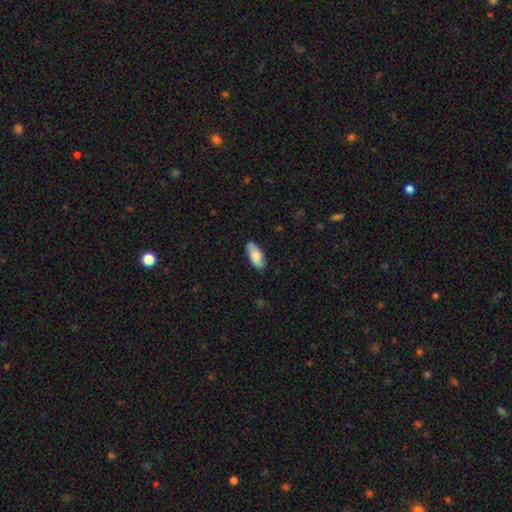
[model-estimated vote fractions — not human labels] This appears to be a smooth galaxy with no disk features (70%) that is in between round and cigar-shaped (83%). Merging: none (84%).